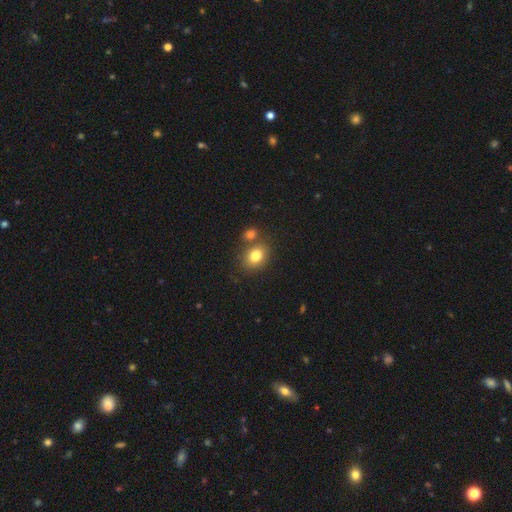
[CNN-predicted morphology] type=smooth (80%); roundness=in between (53%); merging=none (62%).